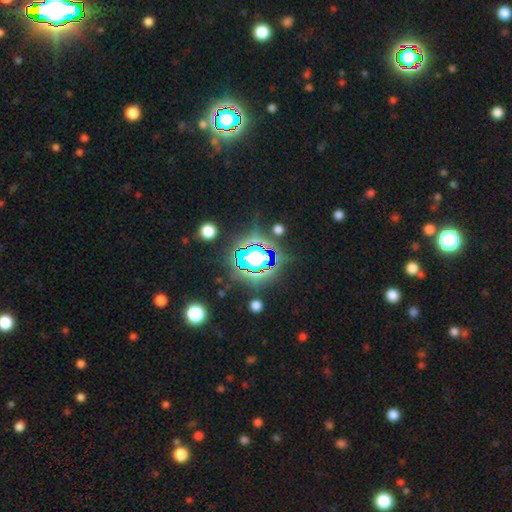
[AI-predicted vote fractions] This appears to be a star or artifact, not a galaxy (66%).